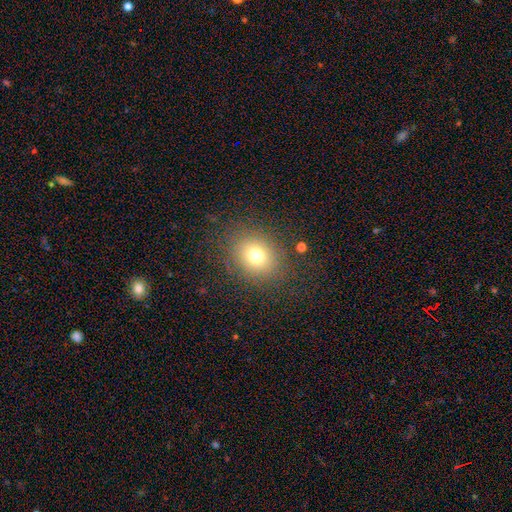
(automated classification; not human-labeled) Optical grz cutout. It shows a smooth galaxy with no disk features (72%) that is round (64%). Merging: none (82%).